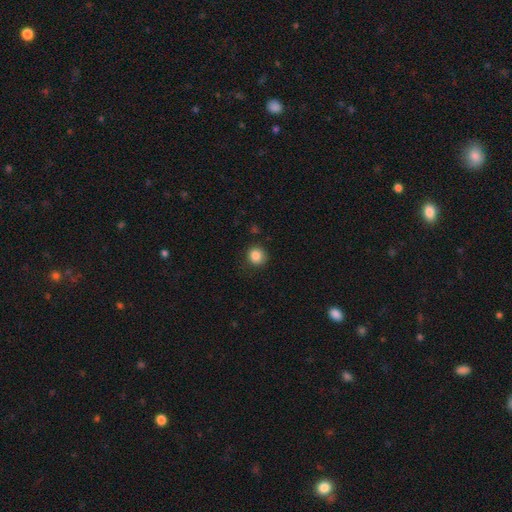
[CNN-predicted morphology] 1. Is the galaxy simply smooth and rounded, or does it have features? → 86% smooth, 10% star or artifact, 4% featured or disk.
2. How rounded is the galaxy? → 87% round, 12% in between, 1% cigar-shaped.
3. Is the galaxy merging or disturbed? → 84% none, 11% minor disturbance, 3% major disturbance, 1% merger.